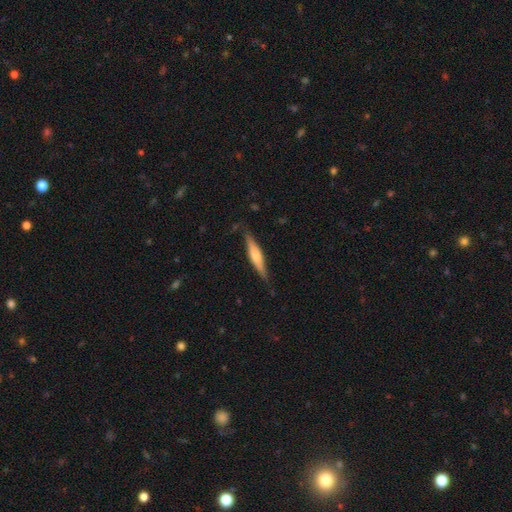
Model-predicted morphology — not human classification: A featured or disk galaxy (53%) viewed edge-on (95%) with a rounded central bulge (72%).

Vote fractions:
- Smooth or featured? featured or disk: 53% / smooth: 41% / star or artifact: 6%
- Edge-on disk? yes: 95% / no: 5%
- Edge-on bulge? rounded: 72% / boxy: 17% / none: 10%
- Merging? none: 83% / minor disturbance: 13% / major disturbance: 3% / merger: 1%